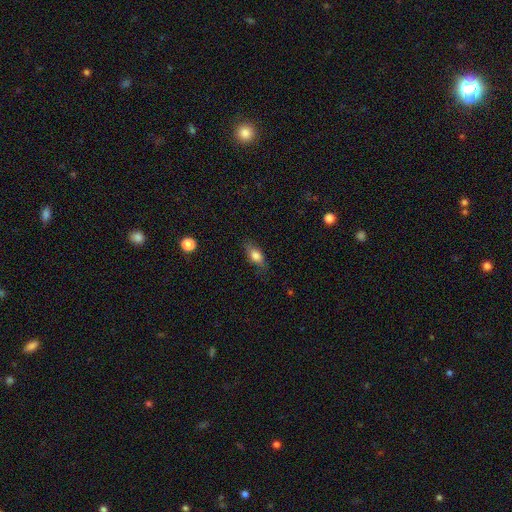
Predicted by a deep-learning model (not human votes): The model was most divided on "smooth or featured": smooth: 74%, featured or disk: 17%, star or artifact: 8%. More confident: merging — none (78%); how rounded — in between (77%).